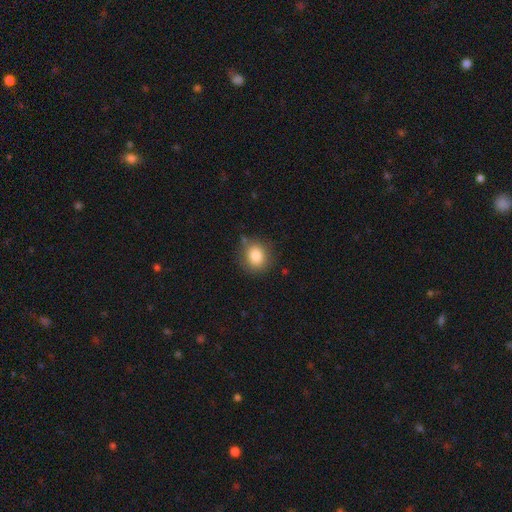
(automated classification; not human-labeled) The model was most divided on "how rounded": round: 74%, in between: 25%, cigar-shaped: 1%. More confident: smooth or featured — smooth (84%); merging — none (80%).